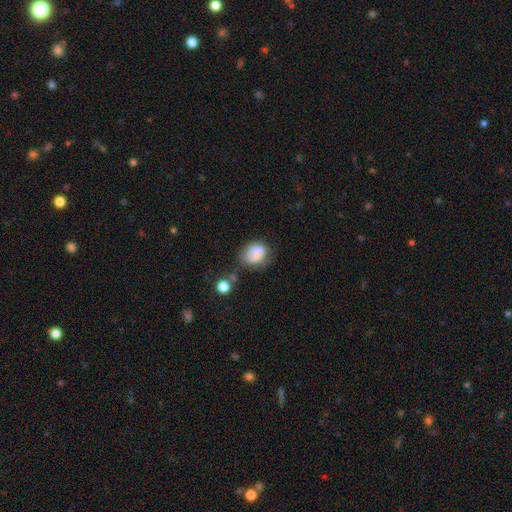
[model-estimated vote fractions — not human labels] A smooth galaxy with no disk features (65%) that is round (51%).

Vote fractions:
- Smooth or featured? smooth: 65% / featured or disk: 24% / star or artifact: 10%
- How rounded? round: 51% / in between: 48% / cigar-shaped: 1%
- Merging? none: 49% / minor disturbance: 29% / major disturbance: 13% / merger: 8%